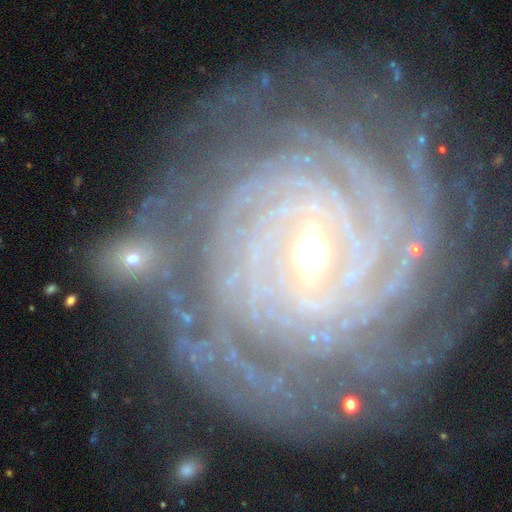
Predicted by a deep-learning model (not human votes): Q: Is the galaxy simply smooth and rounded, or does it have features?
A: featured or disk — 92%.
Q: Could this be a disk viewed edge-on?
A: no — 97%.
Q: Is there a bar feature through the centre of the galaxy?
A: weak — 47%.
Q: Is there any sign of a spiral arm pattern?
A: yes — 98%.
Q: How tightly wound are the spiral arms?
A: tight — 87%.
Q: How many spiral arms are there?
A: more than 4 — 28%.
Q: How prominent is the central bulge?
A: moderate — 53%.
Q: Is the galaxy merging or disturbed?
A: none — 72%.